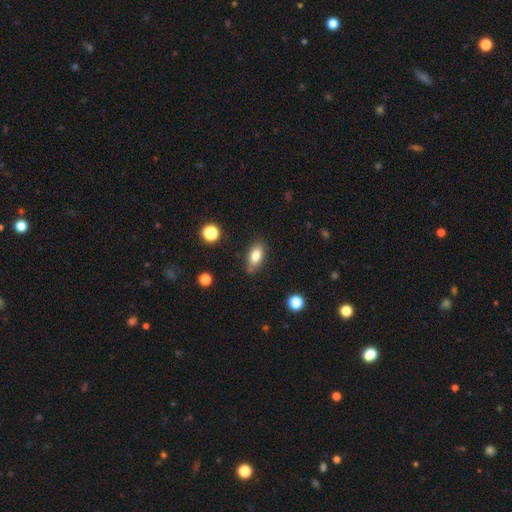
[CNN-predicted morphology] type=smooth (80%); roundness=in between (87%); merging=none (78%).